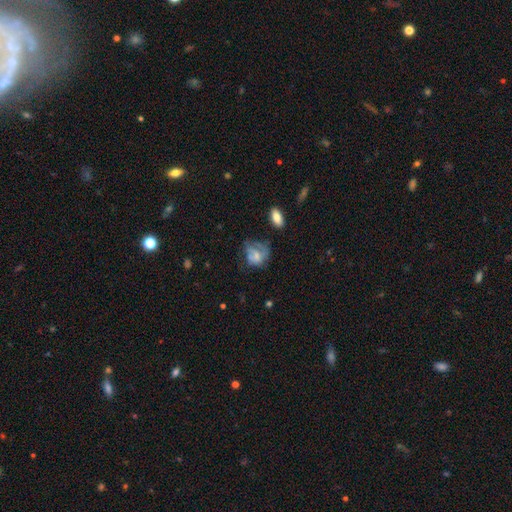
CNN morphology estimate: This is possibly a smooth galaxy (52%). How rounded: possibly round (51%). Merging: marginally major disturbance (35%).